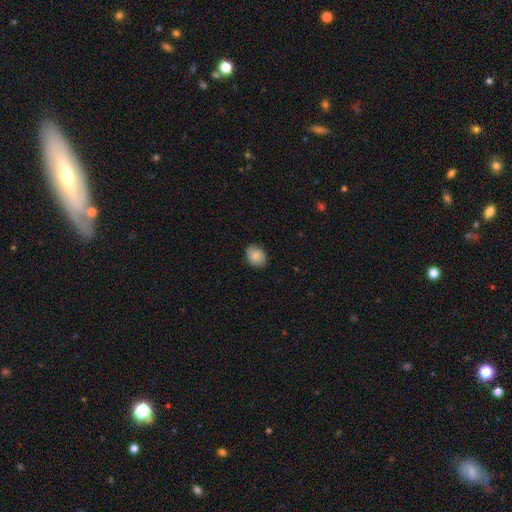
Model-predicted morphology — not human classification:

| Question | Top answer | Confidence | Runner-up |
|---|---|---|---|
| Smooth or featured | smooth | 85% | featured or disk (8%) |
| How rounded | in between | 53% | round (46%) |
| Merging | none | 88% | minor disturbance (9%) |